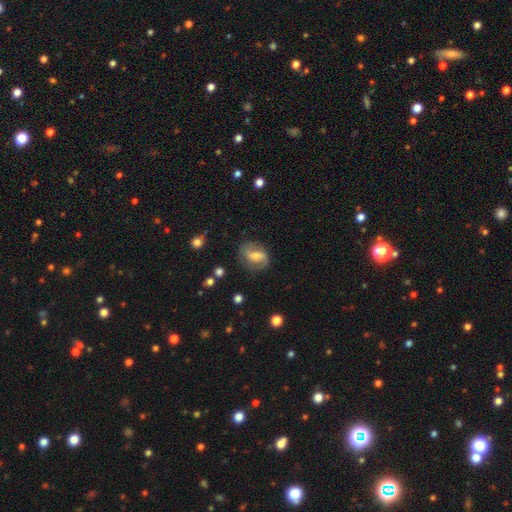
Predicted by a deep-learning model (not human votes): Smooth or featured: featured or disk — 69% (smooth — 23%)
Edge-on disk: no — 97% (yes — 3%)
Bar: weak — 45% (no — 30%)
Spiral arms: yes — 91% (no — 9%)
Spiral winding: medium — 44% (loose — 38%)
Spiral arm count: 2 — 85% (can't tell — 6%)
Bulge size: moderate — 45% (small — 37%)
Merging: none — 73% (minor disturbance — 17%)